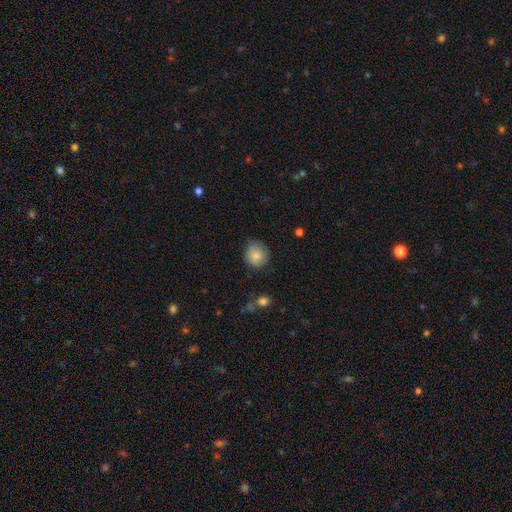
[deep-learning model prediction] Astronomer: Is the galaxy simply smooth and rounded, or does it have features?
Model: smooth — 84%.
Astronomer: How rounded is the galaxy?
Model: round — 84%.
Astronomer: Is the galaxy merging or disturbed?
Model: none — 75%.